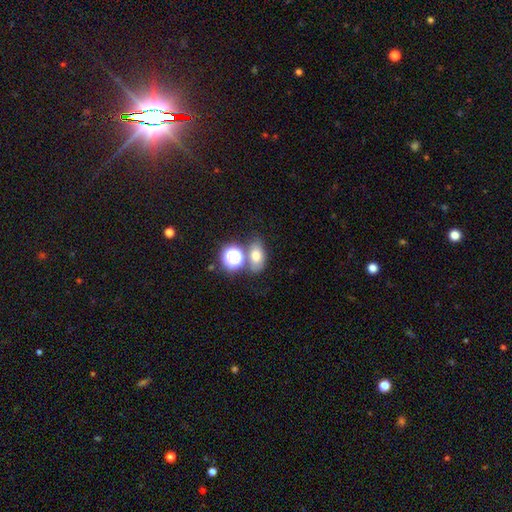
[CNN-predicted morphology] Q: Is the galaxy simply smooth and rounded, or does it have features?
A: smooth — 70%.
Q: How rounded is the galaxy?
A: in between — 73%.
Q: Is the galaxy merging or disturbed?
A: none — 62%.